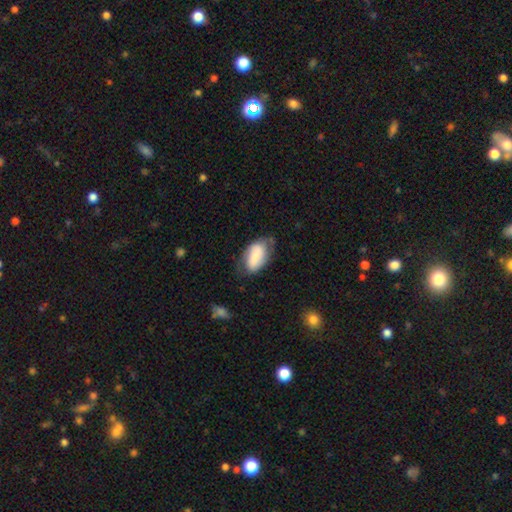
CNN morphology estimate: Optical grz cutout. It shows a smooth galaxy with no disk features (68%) that is in between round and cigar-shaped (93%). Merging: none (54%).